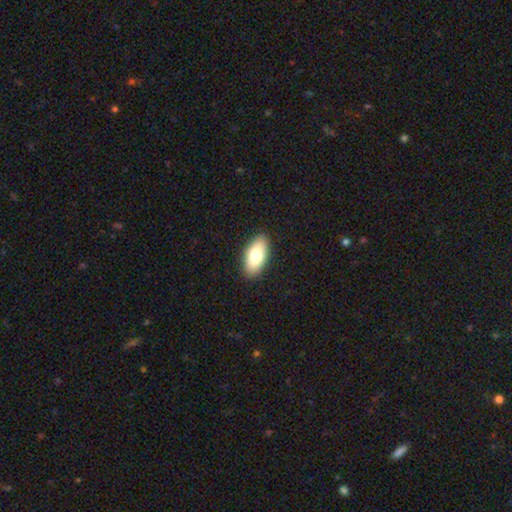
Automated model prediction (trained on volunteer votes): A smooth galaxy with no disk features (81%) that is in between round and cigar-shaped (91%). Merging: none (89%).